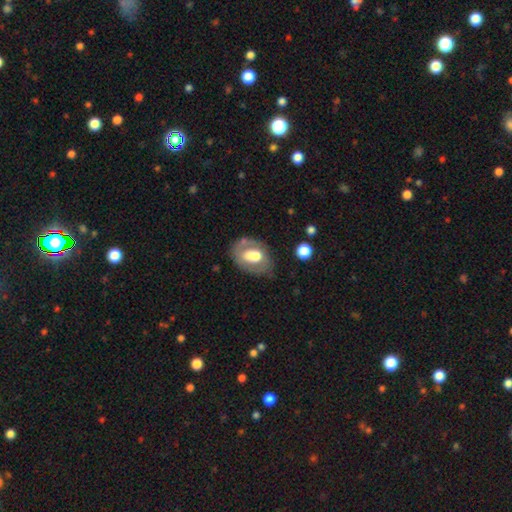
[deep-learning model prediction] This is possibly a featured or disk galaxy (51%). It is clearly not viewed edge-on (94%). Merging: likely none (60%).